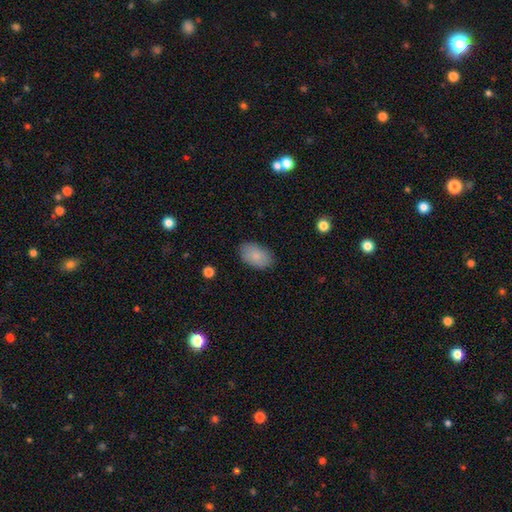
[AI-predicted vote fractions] A smooth galaxy with no disk features (85%) that is in between round and cigar-shaped (92%). Merging: none (86%).